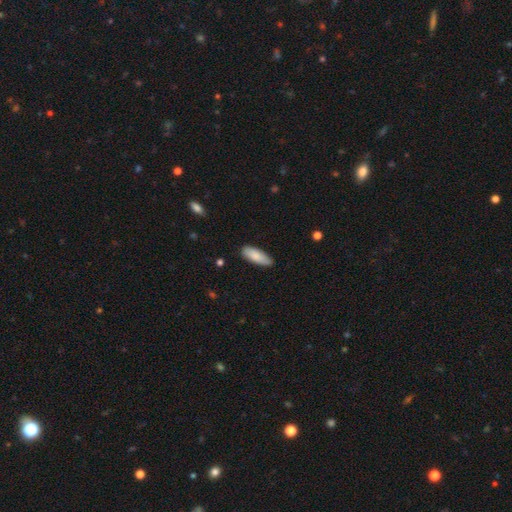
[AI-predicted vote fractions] The model was most divided on "how rounded": in between: 68%, cigar-shaped: 31%, round: 2%. More confident: smooth or featured — smooth (85%); merging — none (82%).